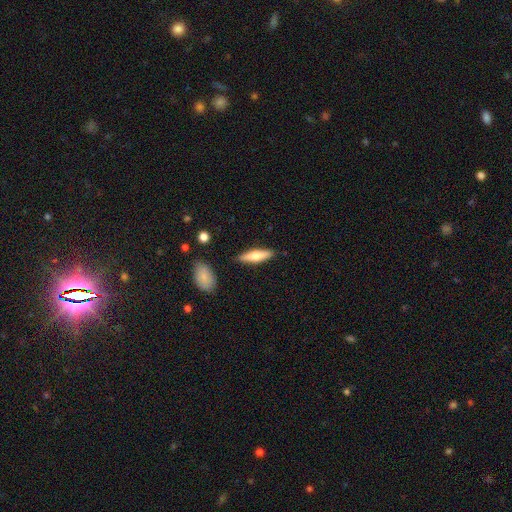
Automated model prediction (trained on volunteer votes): A smooth galaxy with no disk features (56%) that is cigar-shaped (70%).

Vote fractions:
- Smooth or featured? smooth: 56% / featured or disk: 38% / star or artifact: 6%
- How rounded? cigar-shaped: 70% / in between: 28% / round: 2%
- Merging? none: 87% / minor disturbance: 9% / merger: 2% / major disturbance: 2%